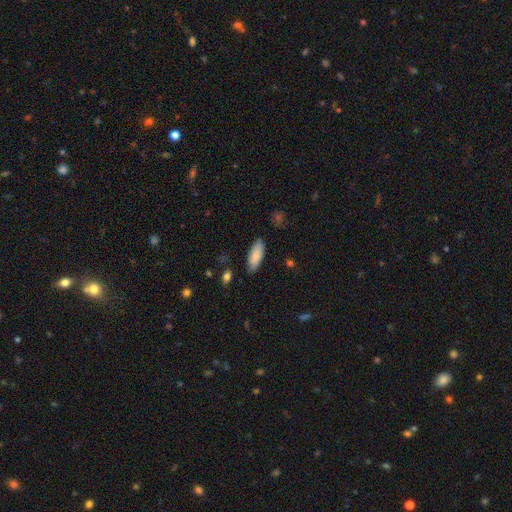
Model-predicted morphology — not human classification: This appears to be a smooth galaxy with no disk features (86%) that is in between round and cigar-shaped (75%). Merging: none (83%).